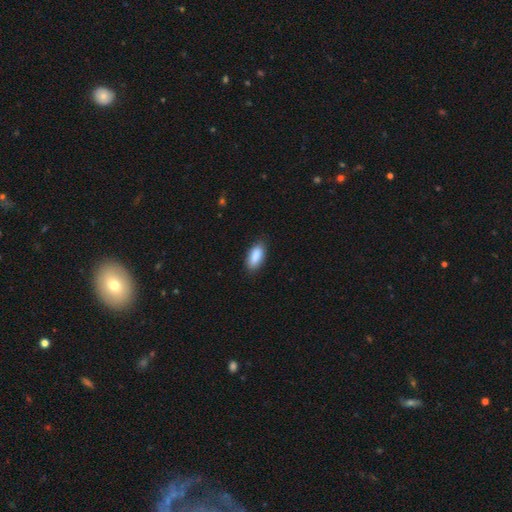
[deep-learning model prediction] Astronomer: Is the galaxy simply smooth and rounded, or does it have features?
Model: smooth — 89%.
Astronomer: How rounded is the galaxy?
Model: in between — 85%.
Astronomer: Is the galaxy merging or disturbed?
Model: none — 85%.